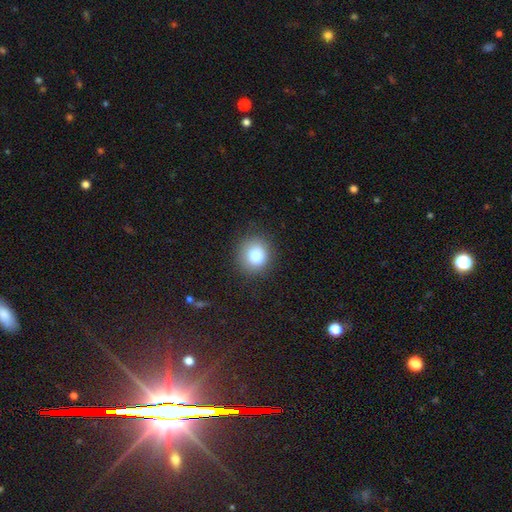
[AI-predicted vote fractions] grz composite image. It shows a smooth galaxy with no disk features (83%) that is round (83%). Merging: none (85%).